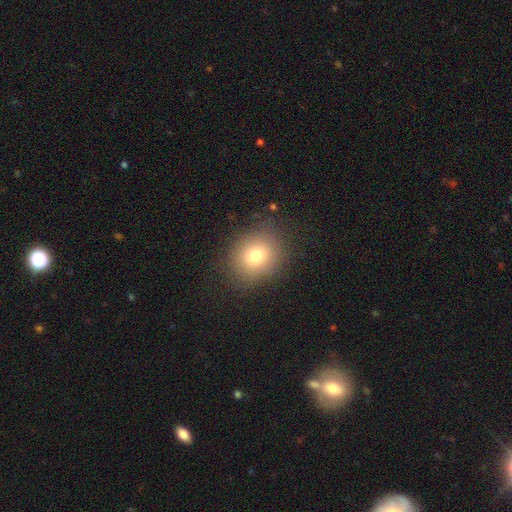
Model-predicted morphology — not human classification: Smooth or featured?
  - smooth: 77% *
  - star or artifact: 13%
  - featured or disk: 10%
How rounded?
  - round: 67% *
  - in between: 32%
  - cigar-shaped: 1%
Merging?
  - none: 85% *
  - minor disturbance: 10%
  - major disturbance: 4%
  - merger: 1%